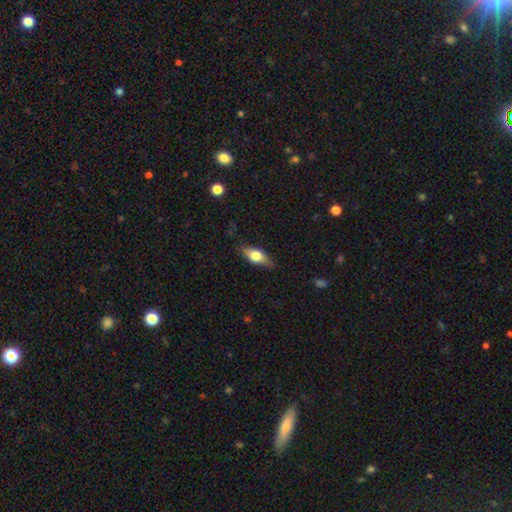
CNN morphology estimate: smooth_or_featured: smooth (p=0.63) [alt: featured or disk p=0.30]
how_rounded: in between (p=0.77) [alt: cigar-shaped p=0.19]
merging: none (p=0.82) [alt: minor disturbance p=0.14]